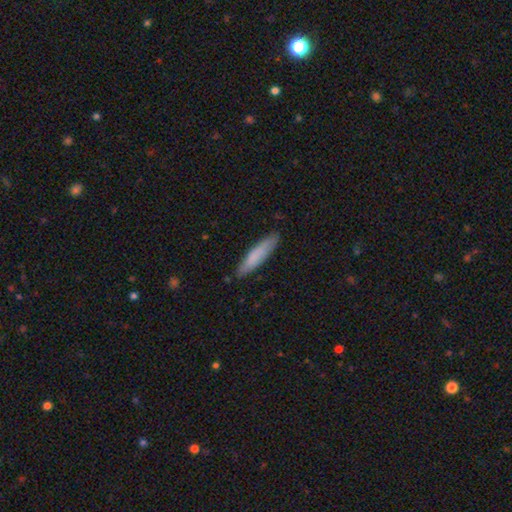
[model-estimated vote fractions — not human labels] smooth_or_featured: smooth (p=0.77) [alt: featured or disk p=0.17]
how_rounded: cigar-shaped (p=0.85) [alt: in between p=0.14]
merging: none (p=0.85) [alt: minor disturbance p=0.12]